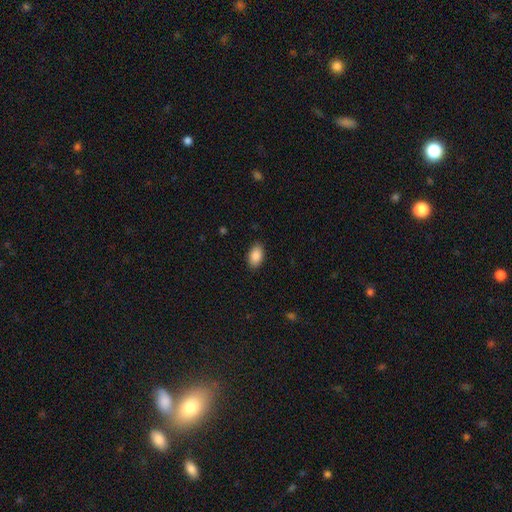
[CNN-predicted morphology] Q: Smooth or featured?
A: smooth (88%); runner-up: star or artifact (7%)
Q: How rounded?
A: in between (92%); runner-up: round (6%)
Q: Merging?
A: none (88%); runner-up: minor disturbance (9%)